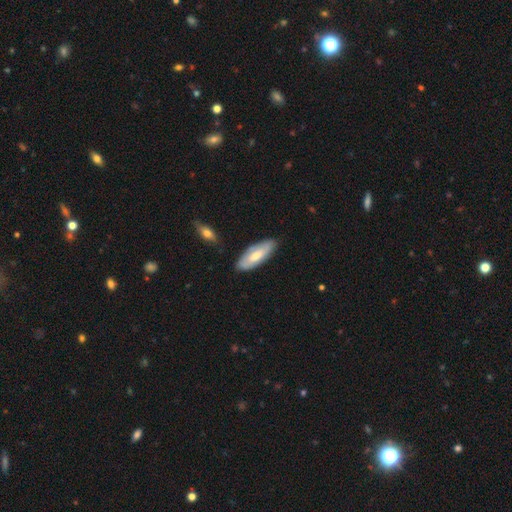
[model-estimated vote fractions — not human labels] This appears to be a smooth galaxy with no disk features (61%) that is in between round and cigar-shaped (72%). Merging: none (80%).